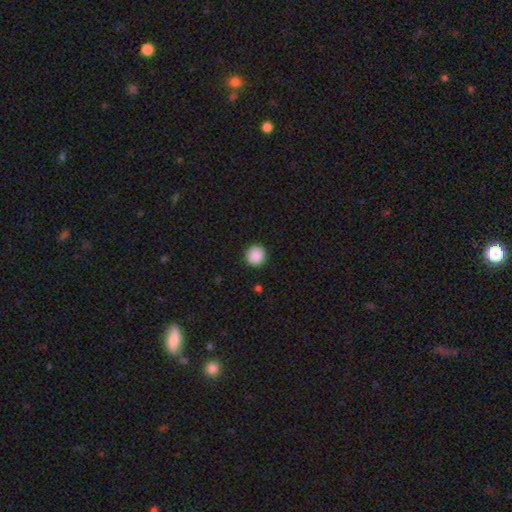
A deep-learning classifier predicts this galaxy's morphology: smooth-or-featured: smooth: 89% | star or artifact: 8% | featured or disk: 2%
  how-rounded: round: 93% | in between: 6% | cigar-shaped: 1%
  merging: none: 92% | minor disturbance: 5% | major disturbance: 2% | merger: 1%